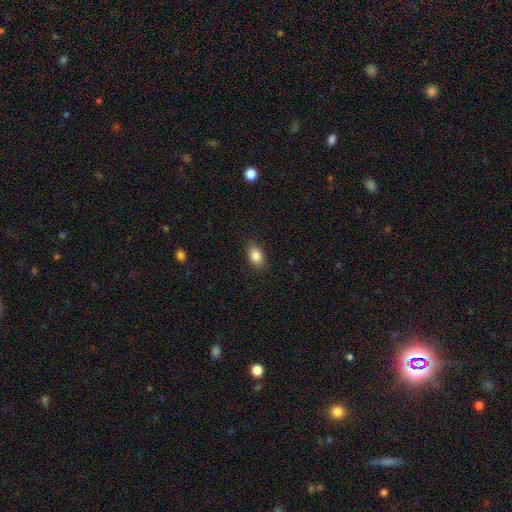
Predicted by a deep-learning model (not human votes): Q: Smooth or featured?
A: smooth (86%); runner-up: star or artifact (8%)
Q: How rounded?
A: in between (88%); runner-up: round (10%)
Q: Merging?
A: none (87%); runner-up: minor disturbance (9%)